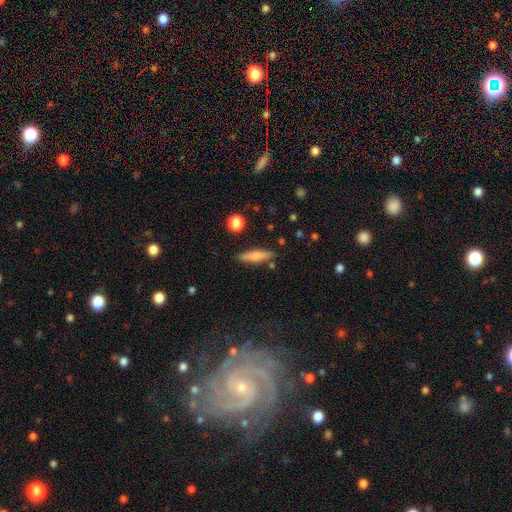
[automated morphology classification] Q: Smooth or featured?
A: smooth (61%); runner-up: featured or disk (32%)
Q: How rounded?
A: cigar-shaped (74%); runner-up: in between (23%)
Q: Merging?
A: none (83%); runner-up: minor disturbance (11%)